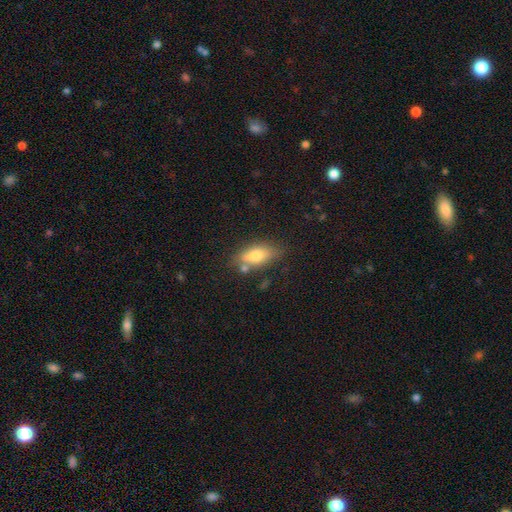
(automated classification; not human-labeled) Q: Smooth or featured?
A: smooth (68%); runner-up: featured or disk (23%)
Q: How rounded?
A: in between (77%); runner-up: cigar-shaped (18%)
Q: Merging?
A: none (72%); runner-up: minor disturbance (16%)